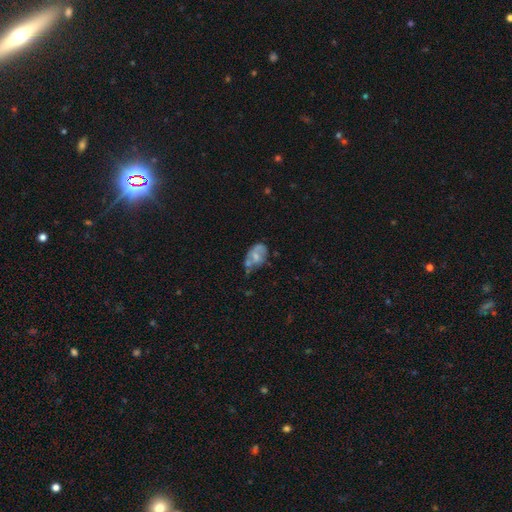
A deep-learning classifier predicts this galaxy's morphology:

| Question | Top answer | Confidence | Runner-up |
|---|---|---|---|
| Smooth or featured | smooth | 48% | featured or disk (43%) |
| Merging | none | 34% | minor disturbance (32%) |